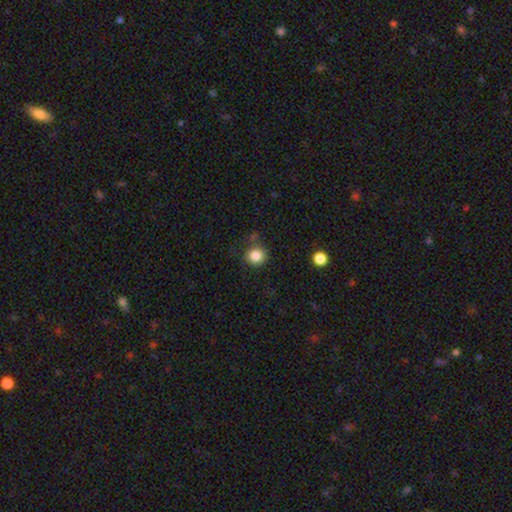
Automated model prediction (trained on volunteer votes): Smooth or featured? Predicted: smooth (p=0.84). How rounded? Predicted: round (p=0.90). Merging? Predicted: none (p=0.79).